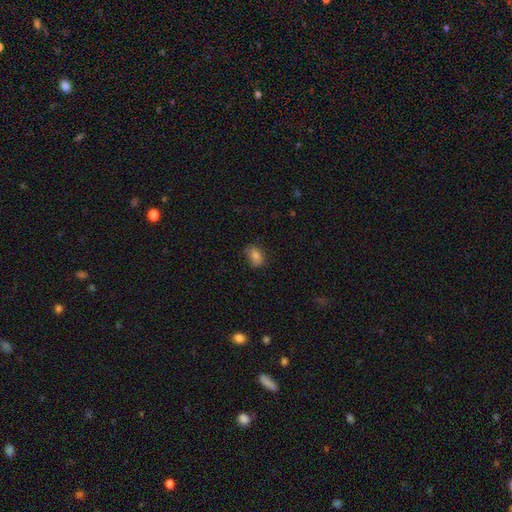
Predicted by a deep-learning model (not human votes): Smooth or featured?
  - smooth: 79% *
  - featured or disk: 11%
  - star or artifact: 10%
How rounded?
  - in between: 78% *
  - round: 21%
  - cigar-shaped: 2%
Merging?
  - none: 76% *
  - minor disturbance: 20%
  - major disturbance: 4%
  - merger: 1%